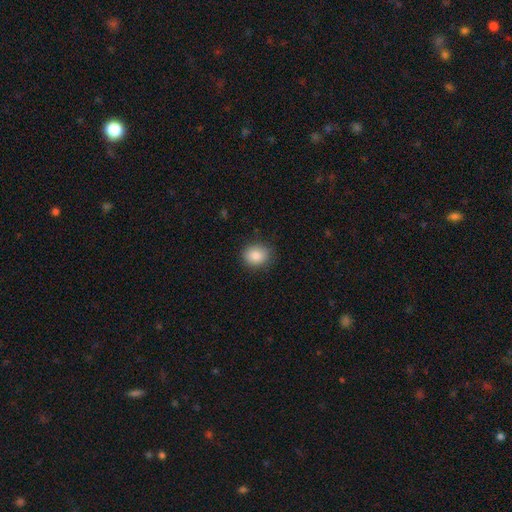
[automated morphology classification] This is clearly a smooth galaxy (85%). How rounded: likely round (65%). Merging: clearly none (86%).